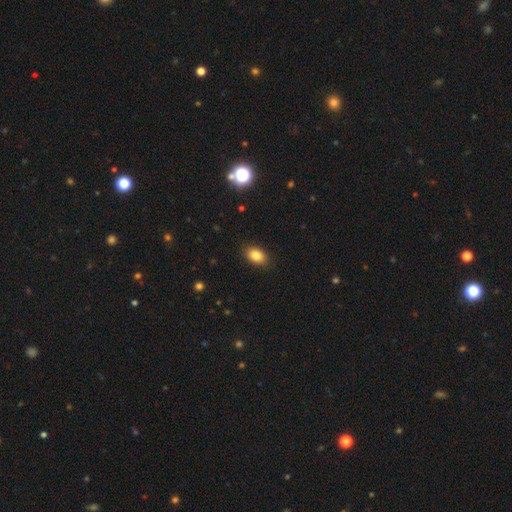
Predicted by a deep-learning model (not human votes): Q: Smooth or featured?
A: smooth (84%); runner-up: star or artifact (10%)
Q: How rounded?
A: in between (82%); runner-up: round (17%)
Q: Merging?
A: none (88%); runner-up: minor disturbance (9%)